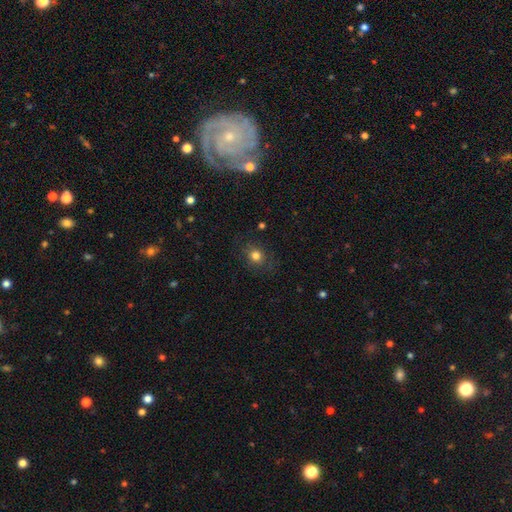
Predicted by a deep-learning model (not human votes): Smooth or featured: smooth — 78% (star or artifact — 13%)
How rounded: round — 72% (in between — 27%)
Merging: none — 80% (minor disturbance — 13%)